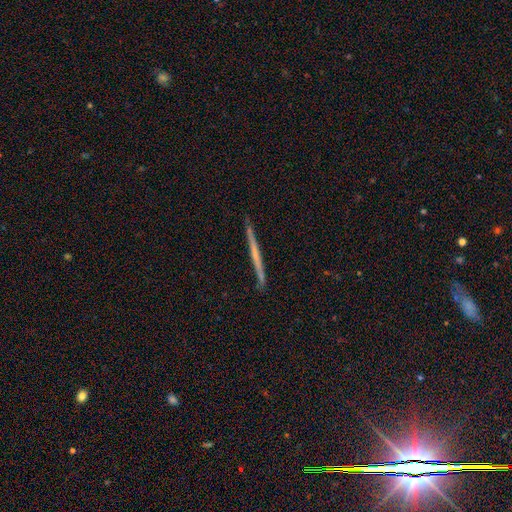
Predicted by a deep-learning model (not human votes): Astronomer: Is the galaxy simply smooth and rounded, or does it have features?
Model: featured or disk — 57% (runner-up: smooth, 37%).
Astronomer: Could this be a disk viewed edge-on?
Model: yes — 98%.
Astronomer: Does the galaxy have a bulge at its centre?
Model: none — 86%.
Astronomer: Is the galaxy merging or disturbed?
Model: none — 91%.